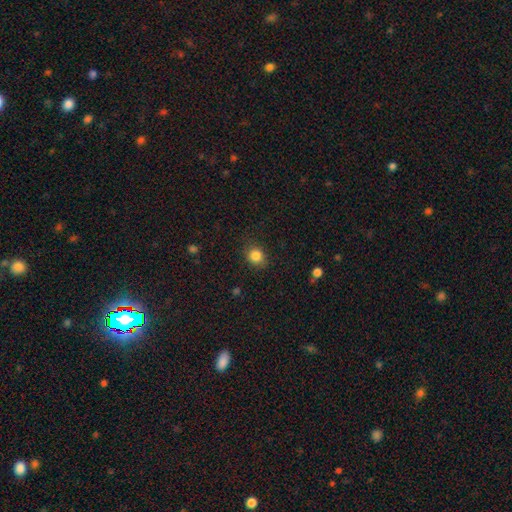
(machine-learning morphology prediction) A smooth galaxy with no disk features (85%) that is round (78%). Merging: none (85%).